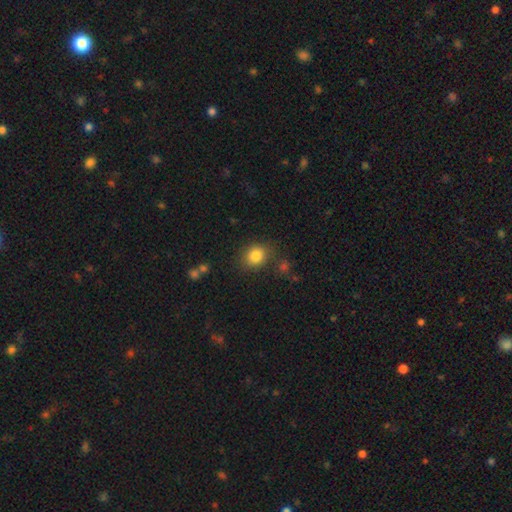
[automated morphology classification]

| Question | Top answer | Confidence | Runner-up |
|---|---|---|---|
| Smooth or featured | smooth | 84% | star or artifact (10%) |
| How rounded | round | 61% | in between (39%) |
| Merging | none | 79% | minor disturbance (12%) |